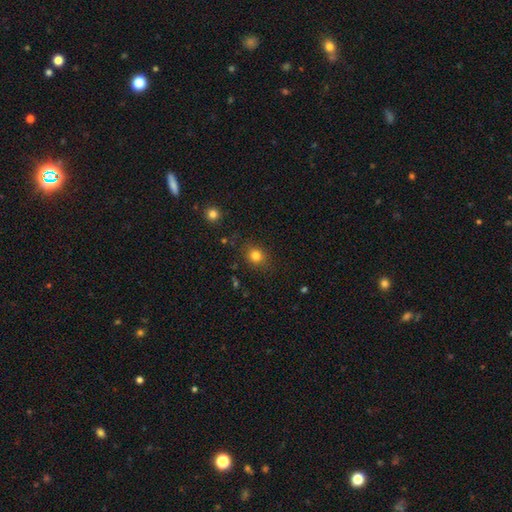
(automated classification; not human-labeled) A smooth galaxy with no disk features (80%) that is round (75%).

Vote fractions:
- Smooth or featured? smooth: 80% / star or artifact: 13% / featured or disk: 6%
- How rounded? round: 75% / in between: 25% / cigar-shaped: 1%
- Merging? none: 84% / minor disturbance: 10% / major disturbance: 3% / merger: 2%